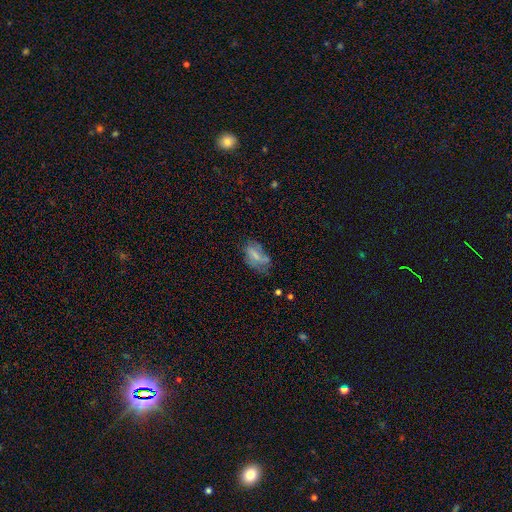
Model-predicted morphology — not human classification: smooth_or_featured: smooth (p=0.57) [alt: featured or disk p=0.34]
how_rounded: in between (p=0.89) [alt: round p=0.06]
merging: none (p=0.42) [alt: minor disturbance p=0.32]